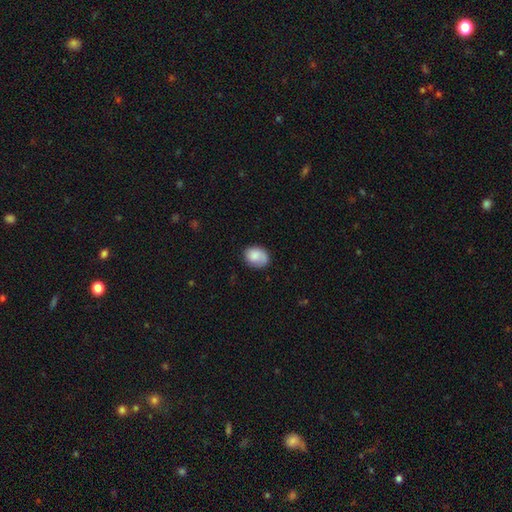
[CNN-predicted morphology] type=smooth (79%); roundness=in between (55%); merging=none (64%).